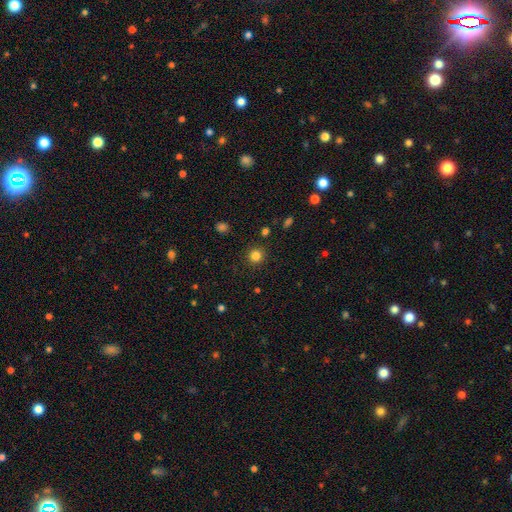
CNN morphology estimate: Smooth or featured? Predicted: smooth (p=0.82). How rounded? Predicted: round (p=0.94). Merging? Predicted: none (p=0.90).